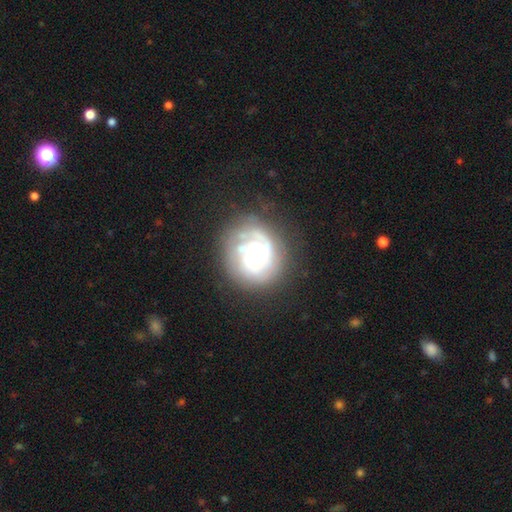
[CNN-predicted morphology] Smooth or featured? featured or disk (80%)
Edge-on disk? no (98%)
Bar? no (69%)
Spiral arms? yes (93%)
Spiral winding? tight (65%)
Spiral arm count? can't tell (29%)
Bulge size? moderate (49%)
Merging? none (68%)